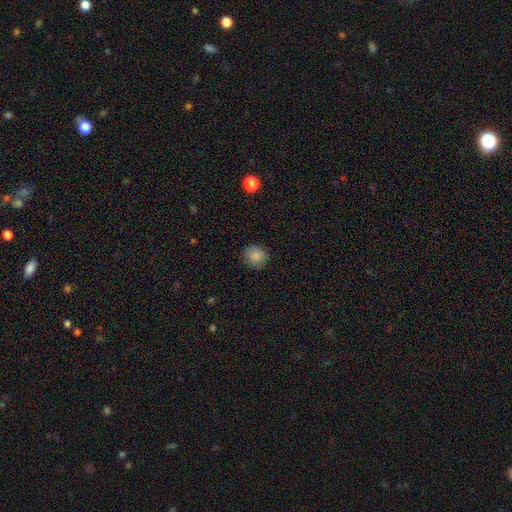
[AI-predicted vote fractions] smooth-or-featured: smooth: 85% | star or artifact: 9% | featured or disk: 5%
  how-rounded: round: 90% | in between: 10% | cigar-shaped: 1%
  merging: none: 89% | minor disturbance: 8% | major disturbance: 2% | merger: 1%